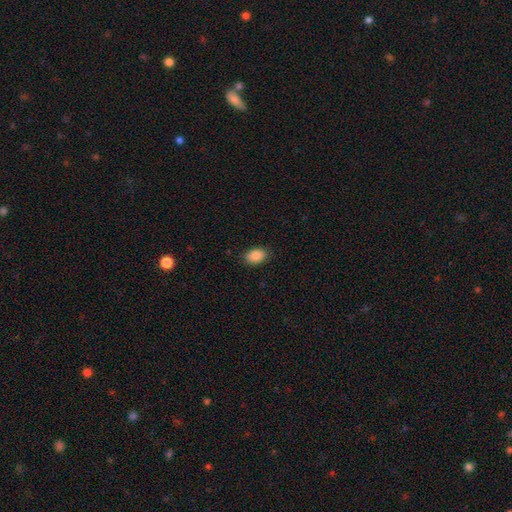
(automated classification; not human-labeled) A smooth galaxy with no disk features (89%) that is in between round and cigar-shaped (89%).

Vote fractions:
- Smooth or featured? smooth: 89% / star or artifact: 7% / featured or disk: 3%
- How rounded? in between: 89% / round: 9% / cigar-shaped: 1%
- Merging? none: 87% / minor disturbance: 9% / major disturbance: 2% / merger: 1%